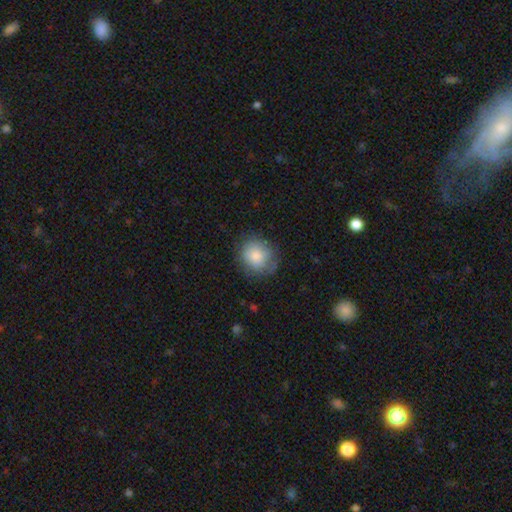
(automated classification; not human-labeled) Smooth or featured? smooth (81%)
How rounded? round (82%)
Merging? none (74%)